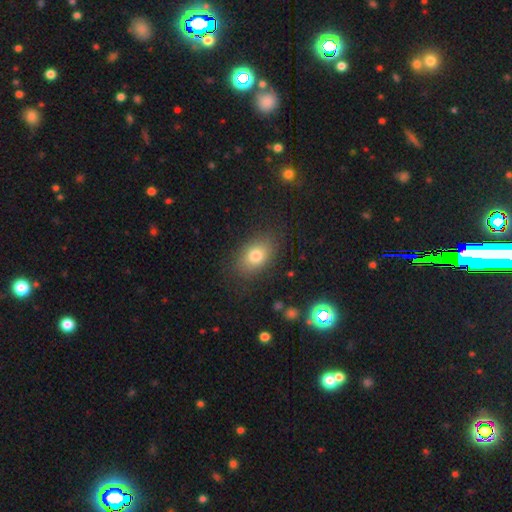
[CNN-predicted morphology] type=smooth (78%); roundness=in between (80%); merging=none (82%).